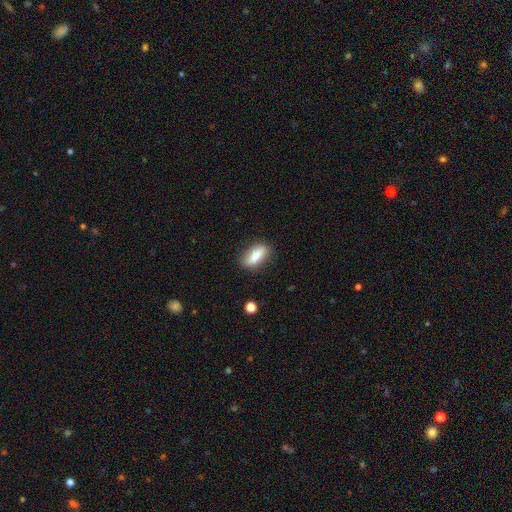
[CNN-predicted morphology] smooth-or-featured: smooth: 75% | featured or disk: 18% | star or artifact: 7%
  how-rounded: in between: 74% | cigar-shaped: 22% | round: 4%
  merging: none: 83% | minor disturbance: 12% | major disturbance: 3% | merger: 1%